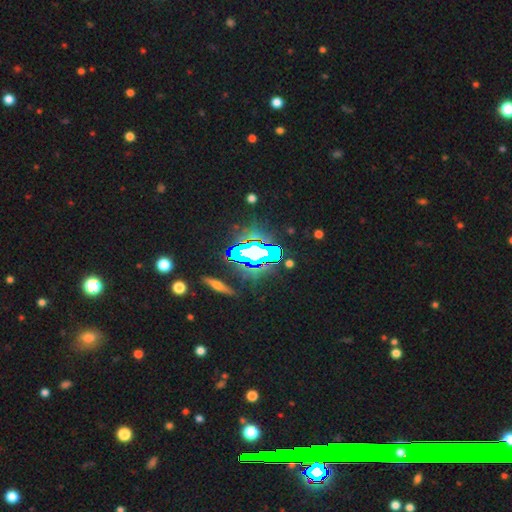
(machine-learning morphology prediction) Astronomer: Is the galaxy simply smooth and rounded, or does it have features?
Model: star or artifact — 69%.